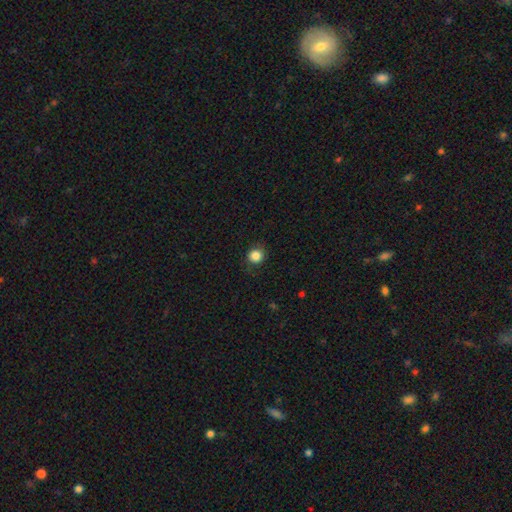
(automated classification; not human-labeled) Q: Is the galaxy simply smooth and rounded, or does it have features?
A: smooth — 84%.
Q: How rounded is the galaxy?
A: round — 88%.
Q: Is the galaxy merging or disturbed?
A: none — 83%.